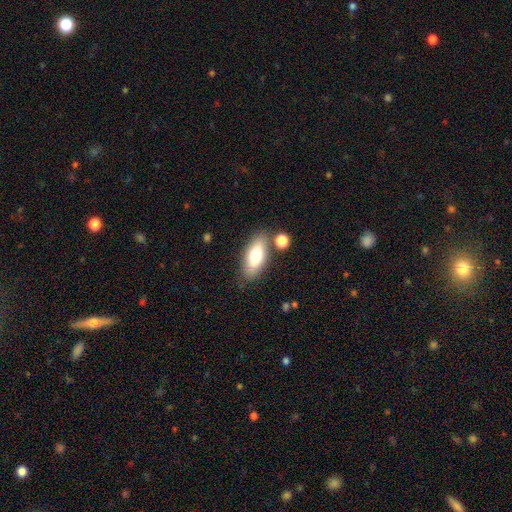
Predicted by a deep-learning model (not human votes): This appears to be a smooth galaxy with no disk features (72%) that is in between round and cigar-shaped (79%). Merging: none (77%).